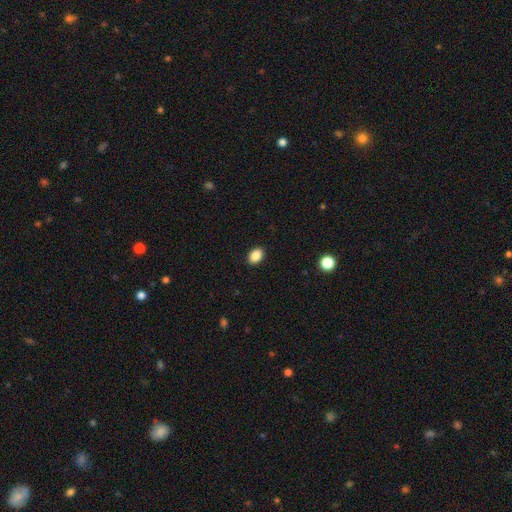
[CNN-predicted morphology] A smooth galaxy with no disk features (88%) that is in between round and cigar-shaped (80%).

Vote fractions:
- Smooth or featured? smooth: 88% / star or artifact: 9% / featured or disk: 4%
- How rounded? in between: 80% / round: 19% / cigar-shaped: 1%
- Merging? none: 91% / minor disturbance: 7% / major disturbance: 2% / merger: 1%